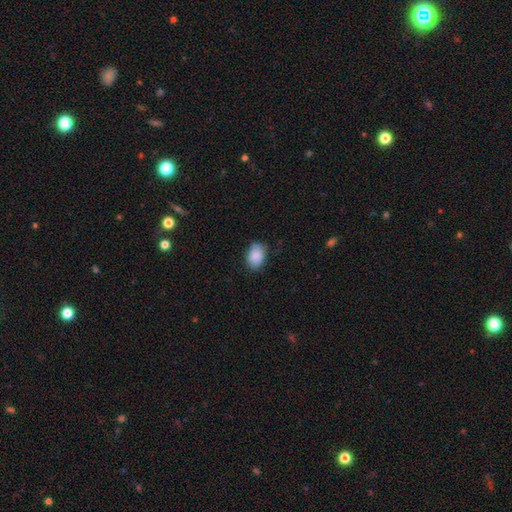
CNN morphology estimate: Smooth or featured? Predicted: smooth (p=0.87). How rounded? Predicted: in between (p=0.78). Merging? Predicted: none (p=0.70).